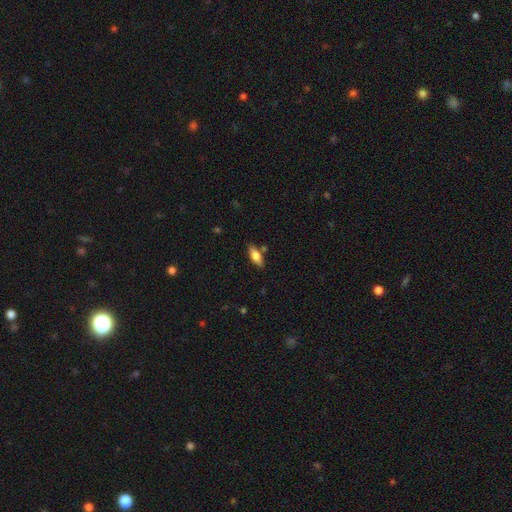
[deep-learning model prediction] This appears to be a smooth galaxy with no disk features (67%) that is in between round and cigar-shaped (69%). Merging: none (78%).